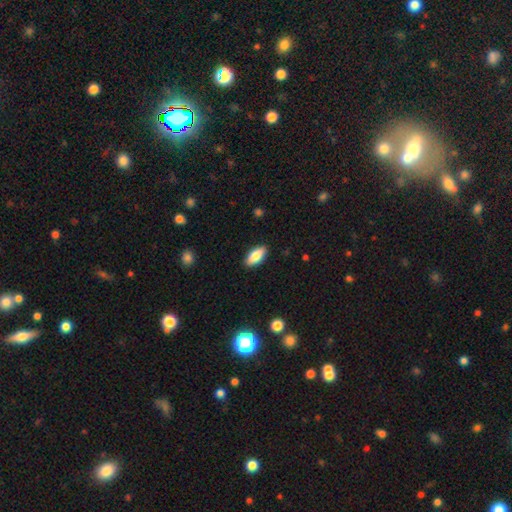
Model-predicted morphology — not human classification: Q: Smooth or featured?
A: smooth (81%); runner-up: featured or disk (13%)
Q: How rounded?
A: in between (86%); runner-up: cigar-shaped (12%)
Q: Merging?
A: none (89%); runner-up: minor disturbance (8%)